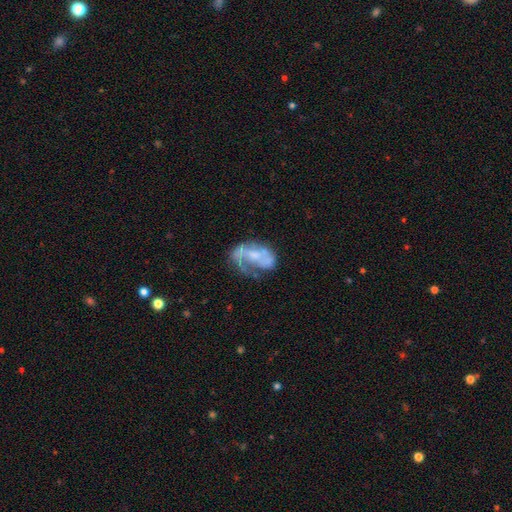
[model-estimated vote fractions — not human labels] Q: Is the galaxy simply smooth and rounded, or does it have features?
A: featured or disk — 69%.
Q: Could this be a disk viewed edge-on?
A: no — 97%.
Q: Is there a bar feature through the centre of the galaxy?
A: no — 63%.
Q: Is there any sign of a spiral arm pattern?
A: yes — 60%.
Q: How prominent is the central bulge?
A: moderate — 37%.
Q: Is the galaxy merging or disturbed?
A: none — 39%.